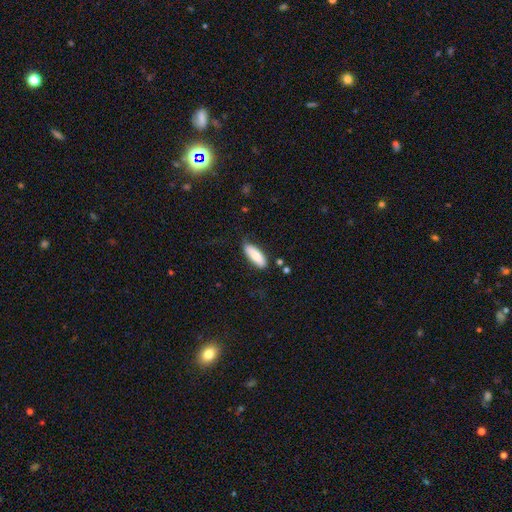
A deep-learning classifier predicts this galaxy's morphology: A smooth galaxy with no disk features (80%) that is in between round and cigar-shaped (65%). Merging: none (76%).